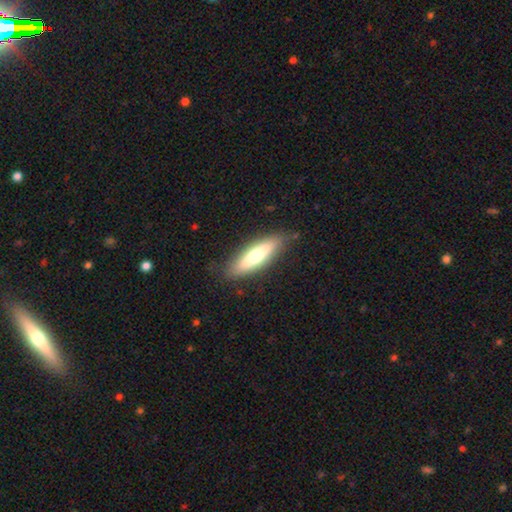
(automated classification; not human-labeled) This is possibly a smooth galaxy (59%). How rounded: likely cigar-shaped (67%). Merging: clearly none (85%).